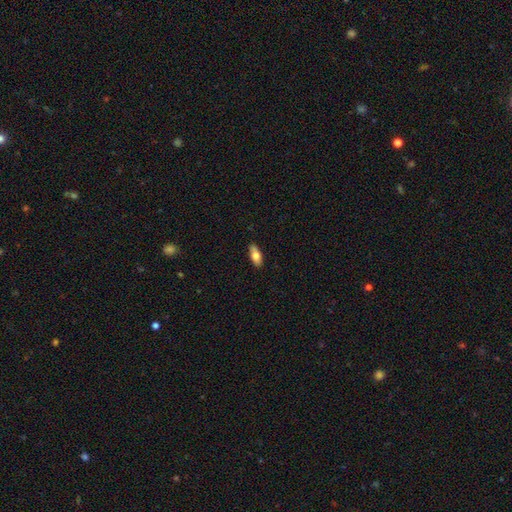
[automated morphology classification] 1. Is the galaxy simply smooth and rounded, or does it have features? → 73% smooth, 21% featured or disk, 6% star or artifact.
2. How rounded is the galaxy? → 79% in between, 19% cigar-shaped, 3% round.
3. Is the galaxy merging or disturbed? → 84% none, 13% minor disturbance, 2% major disturbance, 1% merger.